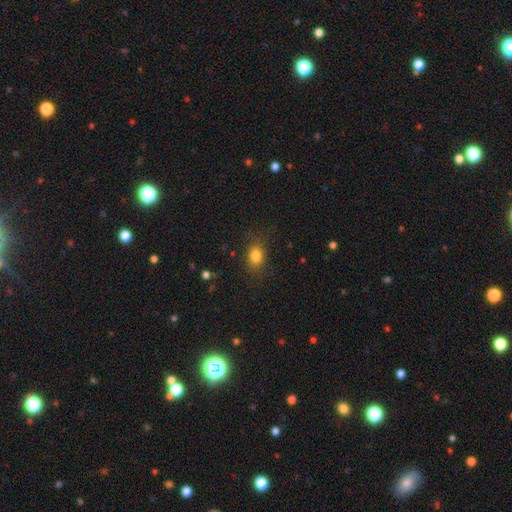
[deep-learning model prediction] Morphology: type=smooth (82%); roundness=in between (63%); merging=none (80%).